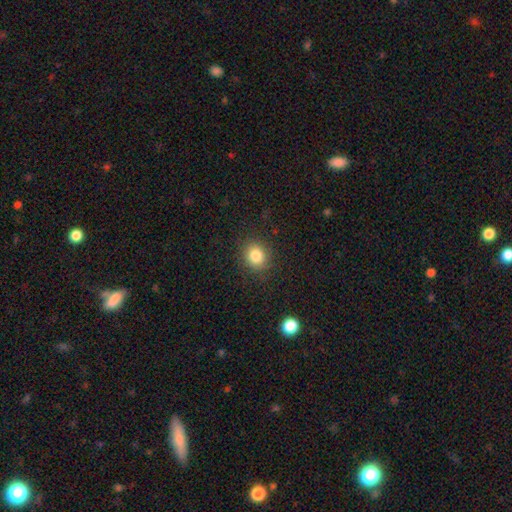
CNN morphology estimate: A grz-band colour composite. It shows a smooth galaxy with no disk features (83%) that is round (75%). Merging: none (88%).